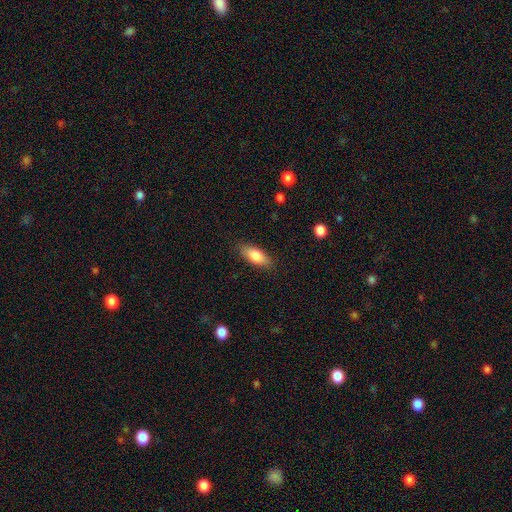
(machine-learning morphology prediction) Smooth or featured? smooth (81%)
How rounded? in between (78%)
Merging? none (85%)